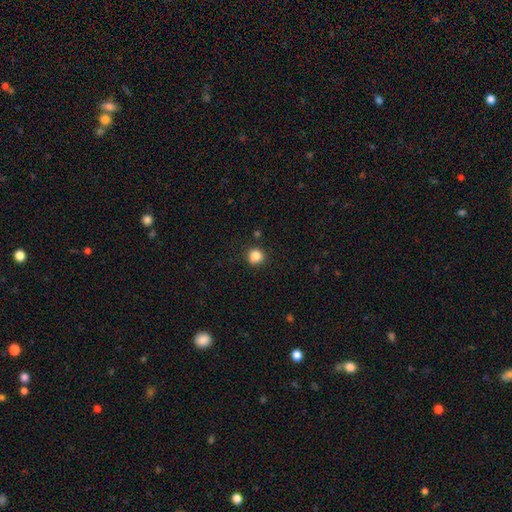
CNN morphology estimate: Smooth or featured? Predicted: smooth (p=0.85). How rounded? Predicted: round (p=0.86). Merging? Predicted: none (p=0.85).